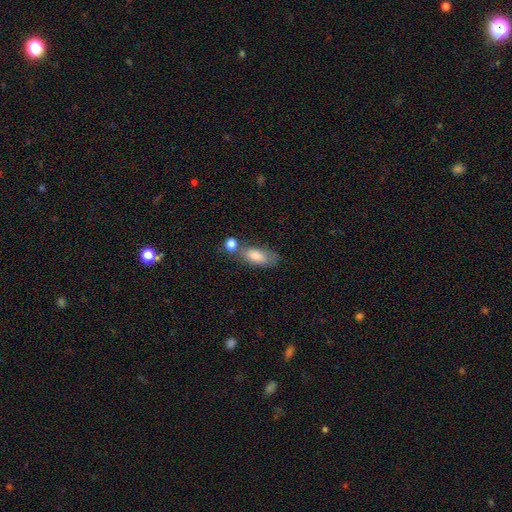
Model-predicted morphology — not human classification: A smooth galaxy with no disk features (77%) that is in between round and cigar-shaped (78%). Merging: none (47%).